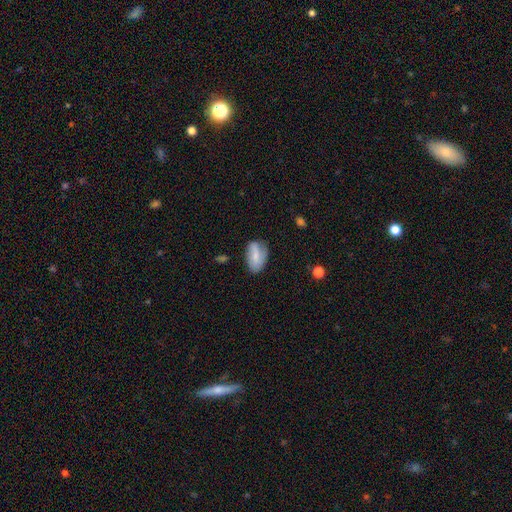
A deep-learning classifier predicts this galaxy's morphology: A smooth galaxy with no disk features (63%) that is in between round and cigar-shaped (90%).

Vote fractions:
- Smooth or featured? smooth: 63% / featured or disk: 30% / star or artifact: 8%
- How rounded? in between: 90% / round: 7% / cigar-shaped: 3%
- Merging? none: 62% / minor disturbance: 27% / major disturbance: 9% / merger: 2%